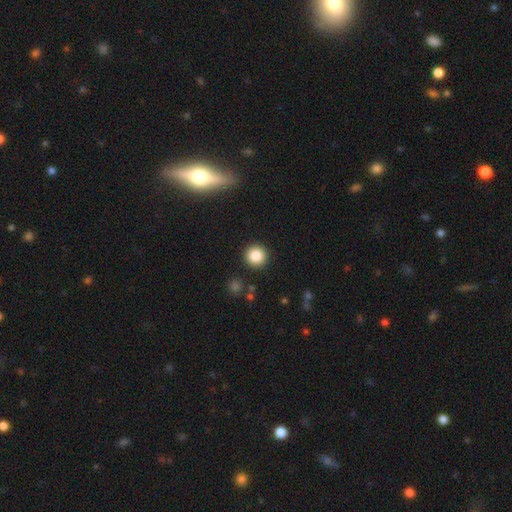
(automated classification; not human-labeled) smooth-or-featured: smooth: 85% | star or artifact: 10% | featured or disk: 5%
  how-rounded: round: 95% | in between: 4% | cigar-shaped: 1%
  merging: none: 91% | minor disturbance: 5% | major disturbance: 2% | merger: 2%